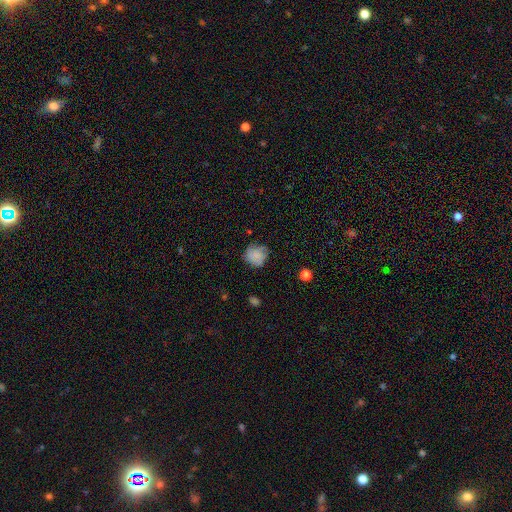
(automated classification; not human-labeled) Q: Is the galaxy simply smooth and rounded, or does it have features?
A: smooth — 75%.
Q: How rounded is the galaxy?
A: round — 82%.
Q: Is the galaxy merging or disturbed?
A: none — 64%.